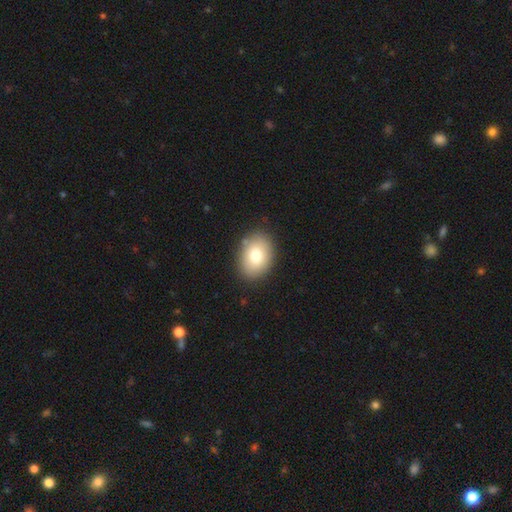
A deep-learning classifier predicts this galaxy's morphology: The model was most divided on "how rounded": in between: 69%, round: 30%, cigar-shaped: 1%. More confident: merging — none (86%); smooth or featured — smooth (77%).